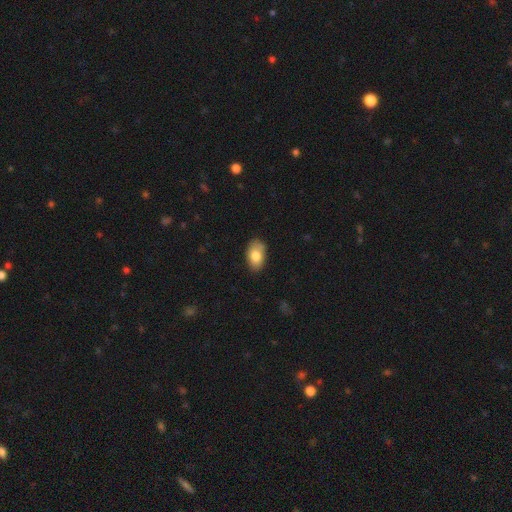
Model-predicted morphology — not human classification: Smooth or featured? Predicted: smooth (p=0.80). How rounded? Predicted: in between (p=0.91). Merging? Predicted: none (p=0.76).